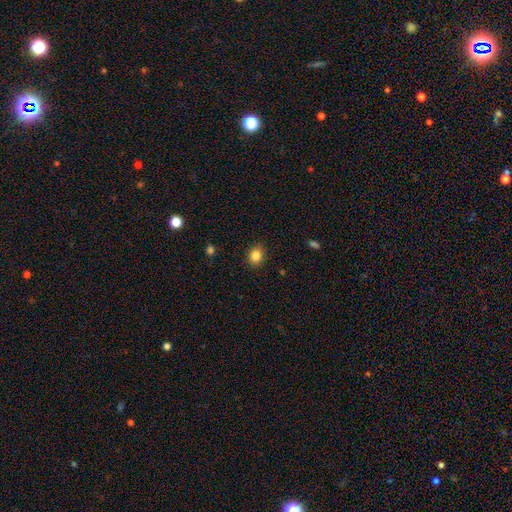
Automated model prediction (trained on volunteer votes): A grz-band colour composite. It shows a smooth galaxy with no disk features (84%) that is round (70%). Merging: none (88%).